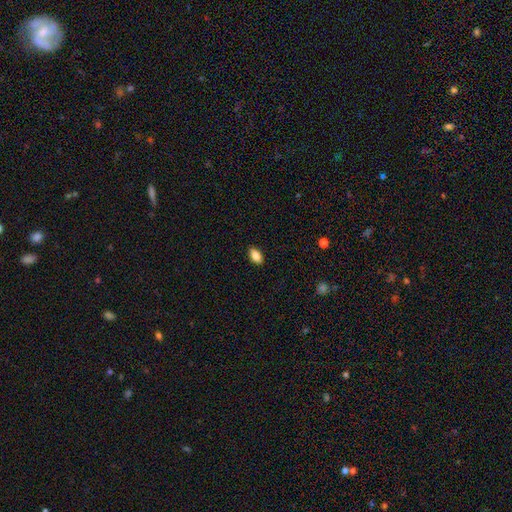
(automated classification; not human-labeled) Morphology: type=smooth (84%); roundness=in between (90%); merging=none (89%).